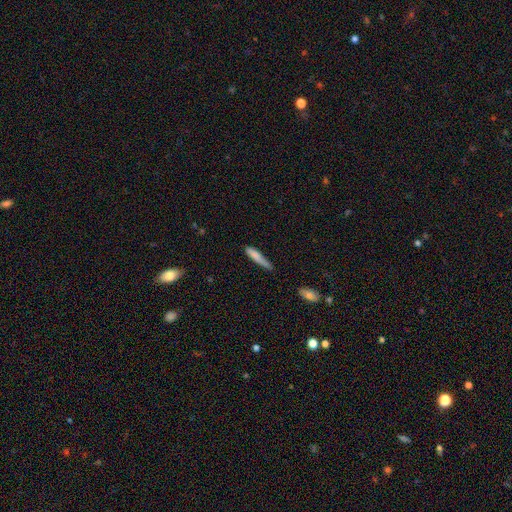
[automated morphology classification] Smooth or featured? smooth (77%)
How rounded? cigar-shaped (86%)
Merging? none (54%)